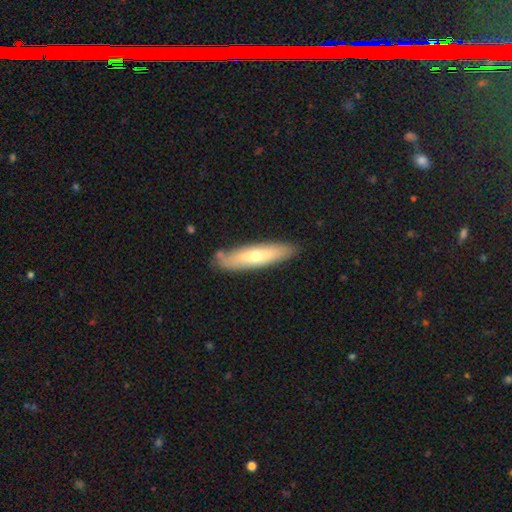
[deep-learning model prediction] smooth_or_featured: smooth (p=0.52) [alt: featured or disk p=0.42]
how_rounded: cigar-shaped (p=0.72) [alt: in between p=0.26]
merging: none (p=0.79) [alt: minor disturbance p=0.14]